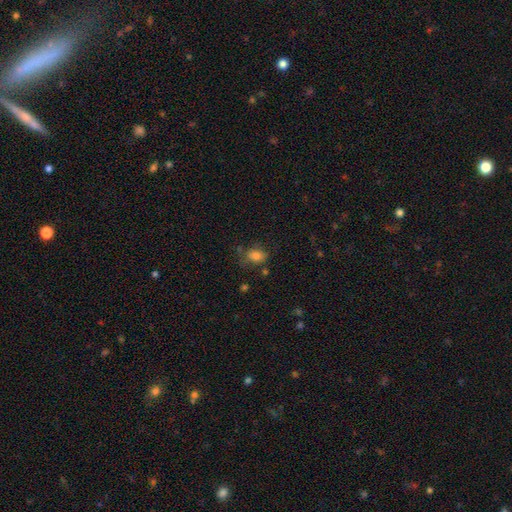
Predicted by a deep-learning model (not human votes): Smooth or featured?
  - smooth: 81% *
  - star or artifact: 12%
  - featured or disk: 8%
How rounded?
  - in between: 70% *
  - round: 28%
  - cigar-shaped: 2%
Merging?
  - none: 63% *
  - minor disturbance: 23%
  - major disturbance: 9%
  - merger: 5%